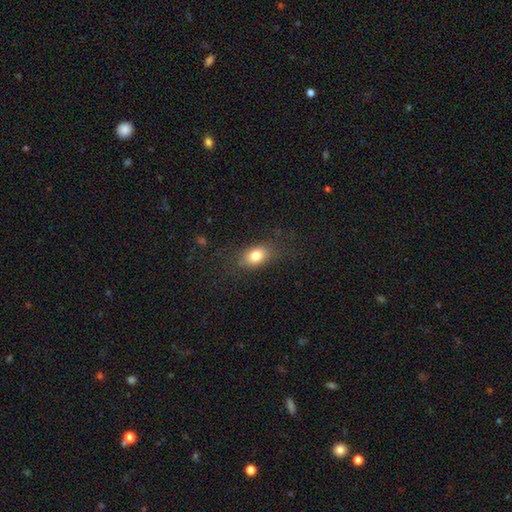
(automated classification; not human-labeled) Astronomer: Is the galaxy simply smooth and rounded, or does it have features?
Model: smooth — 80%.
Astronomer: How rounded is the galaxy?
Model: in between — 80%.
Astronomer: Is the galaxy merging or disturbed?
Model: none — 77%.